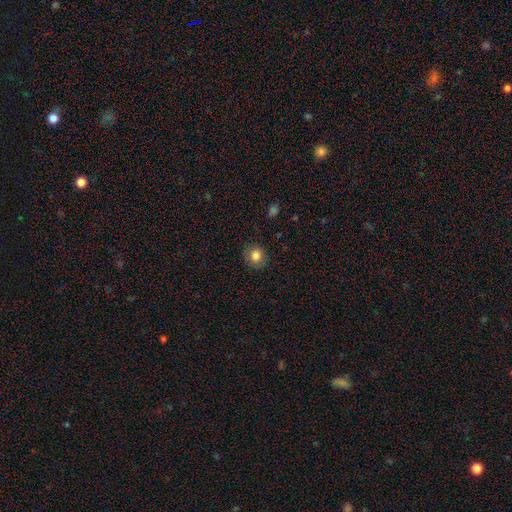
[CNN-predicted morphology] smooth-or-featured: smooth: 84% | star or artifact: 10% | featured or disk: 6%
  how-rounded: round: 79% | in between: 20% | cigar-shaped: 1%
  merging: none: 84% | minor disturbance: 12% | major disturbance: 3% | merger: 1%